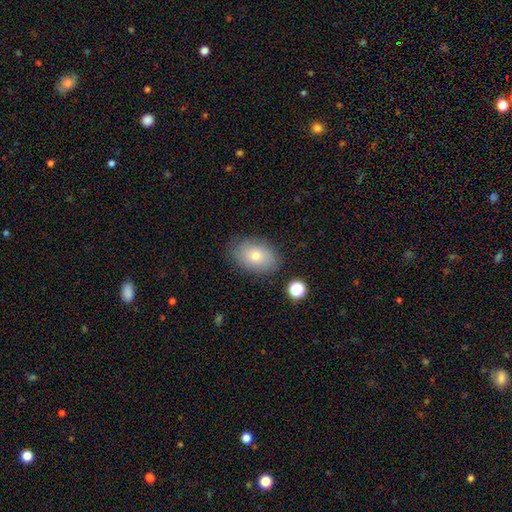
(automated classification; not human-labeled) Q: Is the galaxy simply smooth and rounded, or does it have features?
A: smooth — 73%.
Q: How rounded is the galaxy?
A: in between — 84%.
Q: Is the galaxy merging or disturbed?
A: none — 83%.